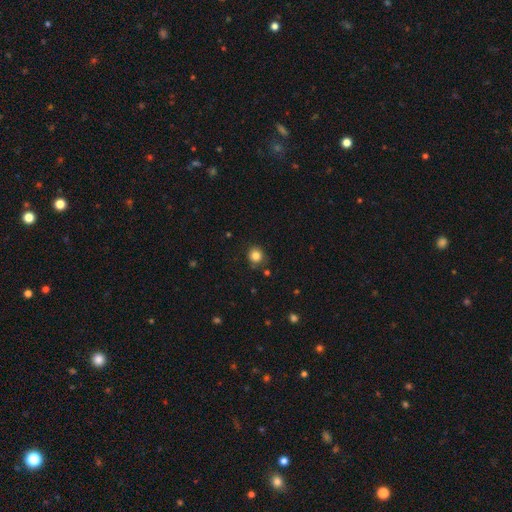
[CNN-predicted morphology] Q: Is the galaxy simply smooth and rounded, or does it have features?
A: smooth — 83%.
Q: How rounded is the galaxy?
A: round — 89%.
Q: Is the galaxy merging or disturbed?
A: none — 85%.